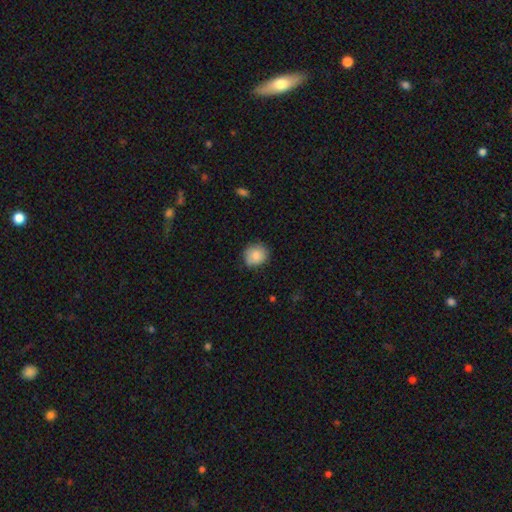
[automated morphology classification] smooth_or_featured: smooth (p=0.83) [alt: featured or disk p=0.10]
how_rounded: round (p=0.80) [alt: in between p=0.19]
merging: none (p=0.75) [alt: minor disturbance p=0.20]